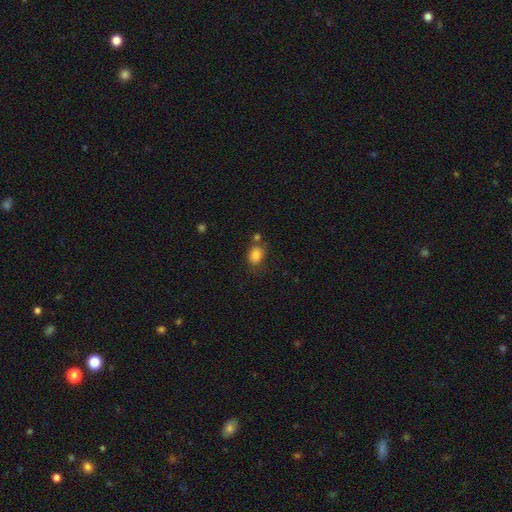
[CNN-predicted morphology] Overall: smooth (84%). How rounded: in between (65%; round 34%). Merging: none (60%).